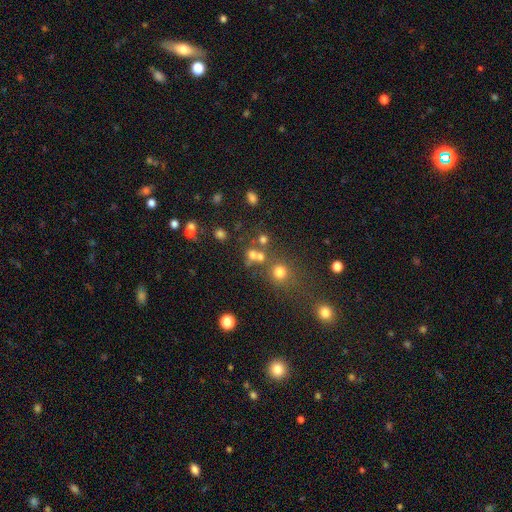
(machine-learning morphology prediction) A smooth galaxy with no disk features (57%) that is round (87%). Merging: none (63%).